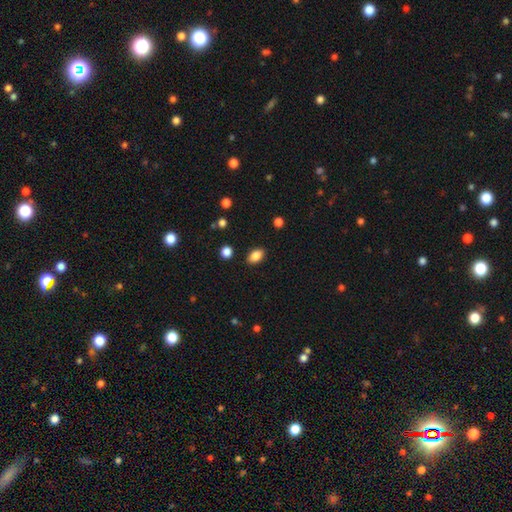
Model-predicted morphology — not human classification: Smooth or featured: smooth — 86% (star or artifact — 9%)
How rounded: in between — 88% (round — 10%)
Merging: none — 87% (minor disturbance — 9%)